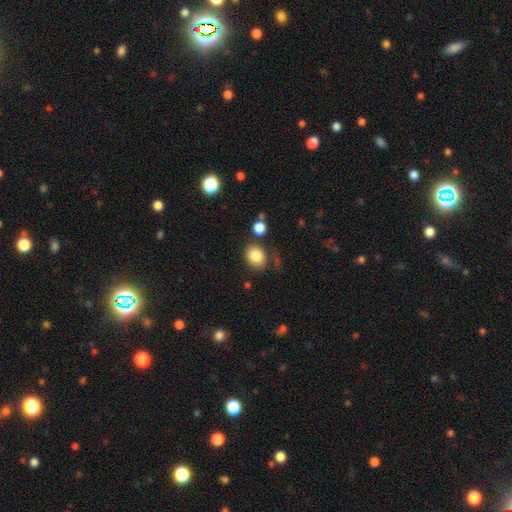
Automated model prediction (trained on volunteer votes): Smooth or featured? smooth (84%)
How rounded? round (54%)
Merging? none (67%)